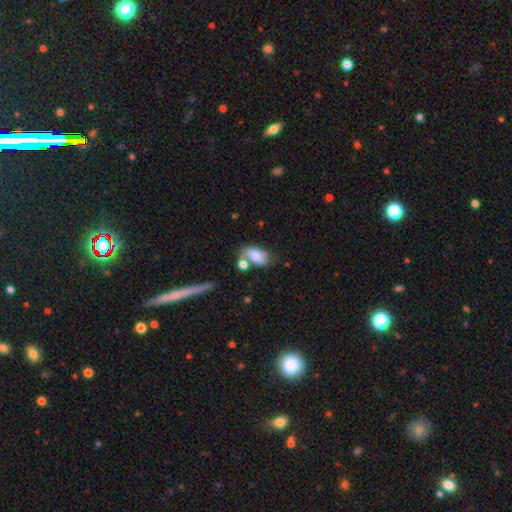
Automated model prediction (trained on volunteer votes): Smooth or featured? smooth (67%)
How rounded? in between (90%)
Merging? none (39%)